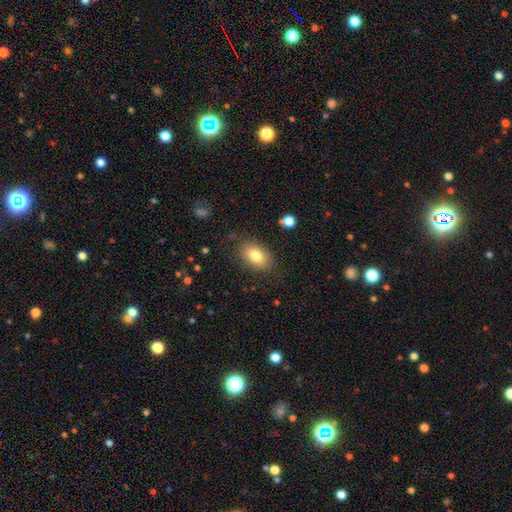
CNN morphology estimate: This is clearly a smooth galaxy (80%). How rounded: clearly in between (86%). Merging: clearly none (82%).